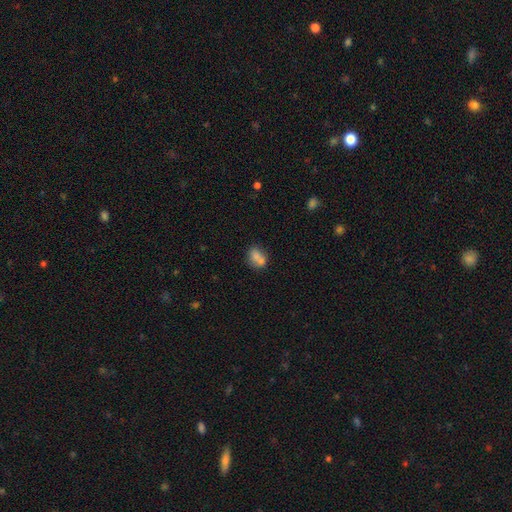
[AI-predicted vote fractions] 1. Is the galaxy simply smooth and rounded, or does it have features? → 74% smooth, 16% featured or disk, 10% star or artifact.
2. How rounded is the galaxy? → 58% in between, 41% round, 2% cigar-shaped.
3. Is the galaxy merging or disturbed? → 46% merger, 38% none, 12% minor disturbance, 5% major disturbance.